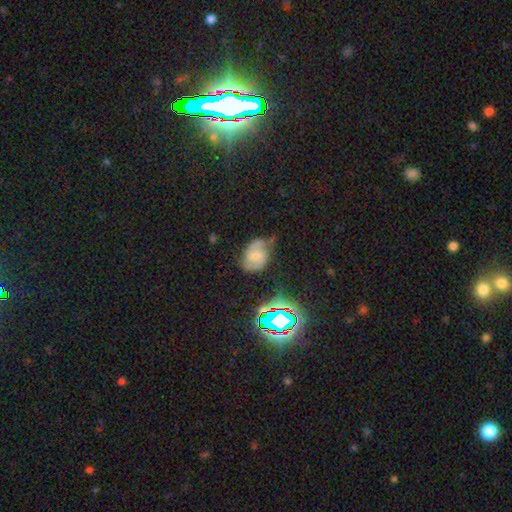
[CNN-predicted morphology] This is possibly a featured or disk galaxy (55%). It is clearly not viewed edge-on (97%). Bar: possibly weak (51%). Spiral arm pattern: clearly yes (86%). Central bulge: marginally small (38%). Merging: possibly none (51%).